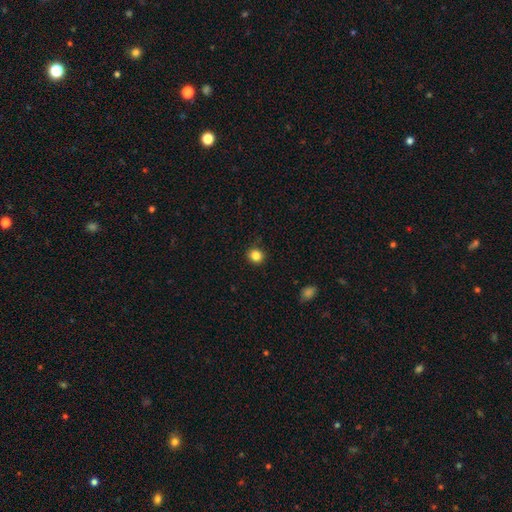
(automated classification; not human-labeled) Smooth or featured: smooth — 85% (star or artifact — 11%)
How rounded: round — 88% (in between — 11%)
Merging: none — 90% (minor disturbance — 7%)